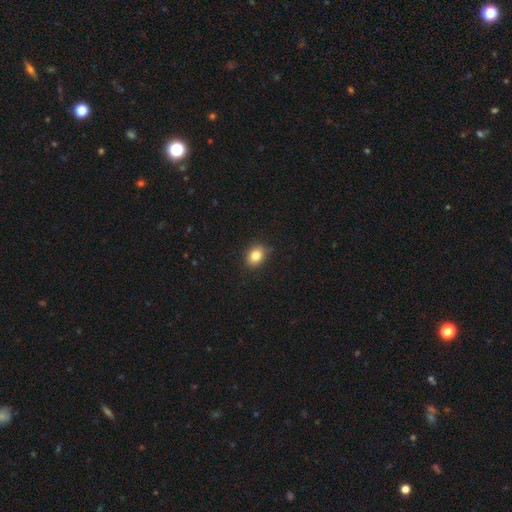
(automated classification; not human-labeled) Q: Smooth or featured?
A: smooth (83%); runner-up: star or artifact (10%)
Q: How rounded?
A: in between (58%); runner-up: round (40%)
Q: Merging?
A: none (84%); runner-up: minor disturbance (12%)